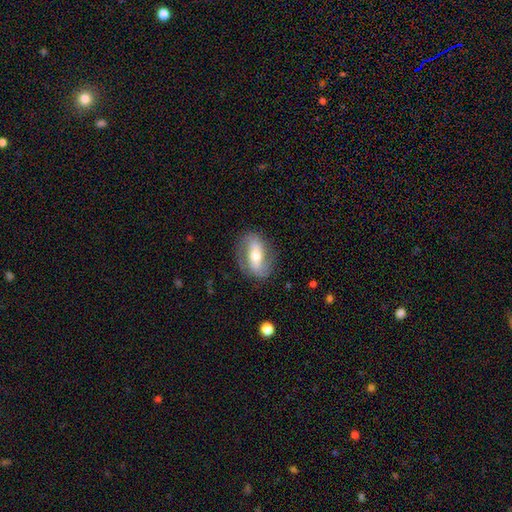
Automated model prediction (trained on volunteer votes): Smooth or featured? Predicted: featured or disk (p=0.64). Edge-on disk? Predicted: no (p=0.87). Bar? Predicted: strong (p=0.50). Spiral arms? Predicted: yes (p=0.69). Bulge size? Predicted: moderate (p=0.66). Merging? Predicted: none (p=0.78).